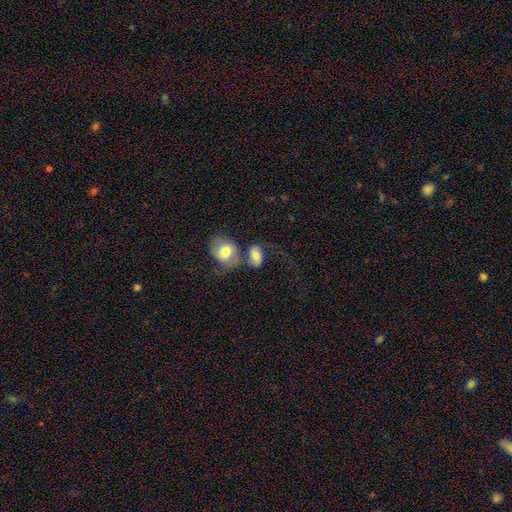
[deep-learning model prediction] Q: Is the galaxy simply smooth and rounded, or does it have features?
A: smooth — 56%.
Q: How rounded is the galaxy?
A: in between — 79%.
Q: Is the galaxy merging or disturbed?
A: merger — 45%.